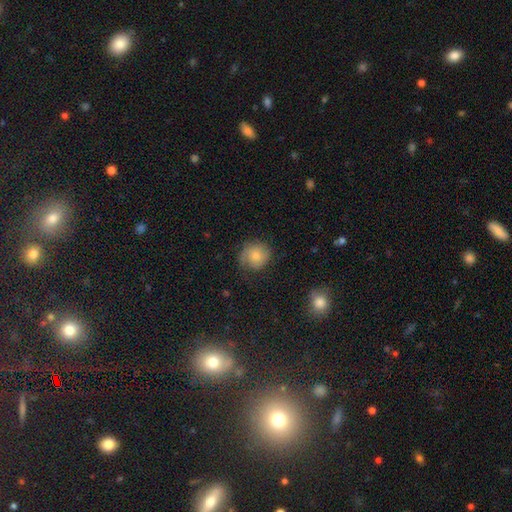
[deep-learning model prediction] Smooth or featured: smooth — 64% (featured or disk — 28%)
How rounded: round — 83% (in between — 16%)
Merging: none — 65% (minor disturbance — 23%)